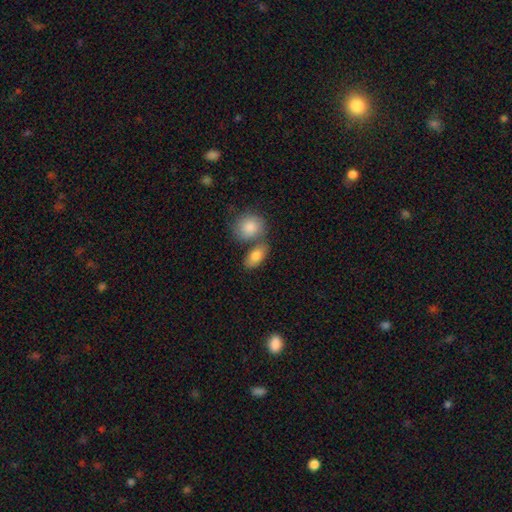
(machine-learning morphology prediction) A smooth galaxy with no disk features (83%) that is in between round and cigar-shaped (86%). Merging: none (50%).